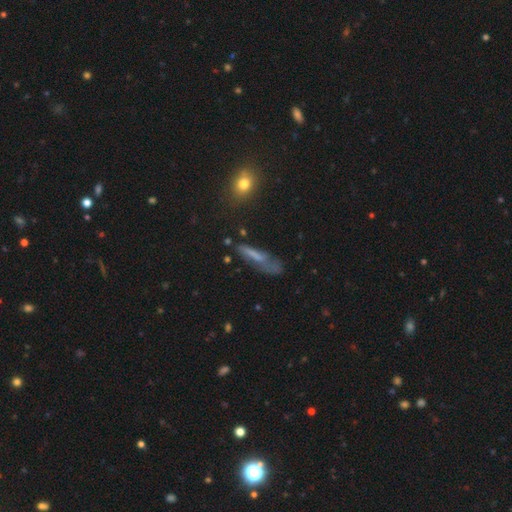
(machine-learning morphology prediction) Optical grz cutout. It shows a smooth galaxy with no disk features (51%) that is cigar-shaped (77%). Merging: none (48%).